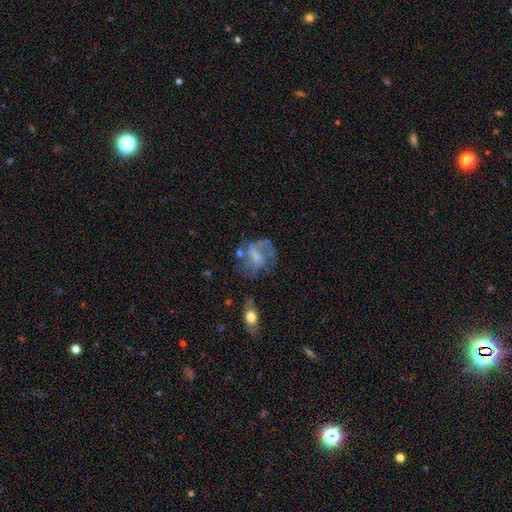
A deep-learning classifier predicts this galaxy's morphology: This appears to be a featured or disk galaxy (59%) with no bar (45%), spiral arms (61%) and no central bulge (33%). Merging: none (41%).